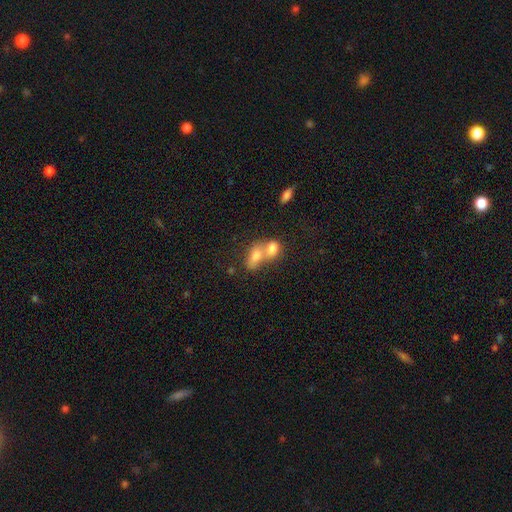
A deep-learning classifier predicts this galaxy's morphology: This is likely a smooth galaxy (75%). How rounded: likely in between (76%). Merging: likely merger (72%).